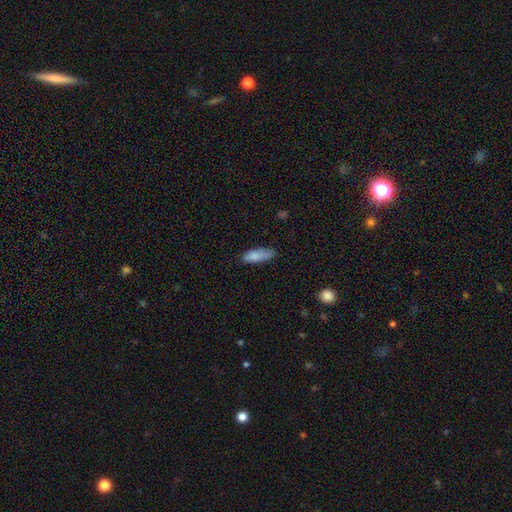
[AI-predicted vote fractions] Morphology: type=smooth (84%); roundness=in between (59%); merging=none (69%).